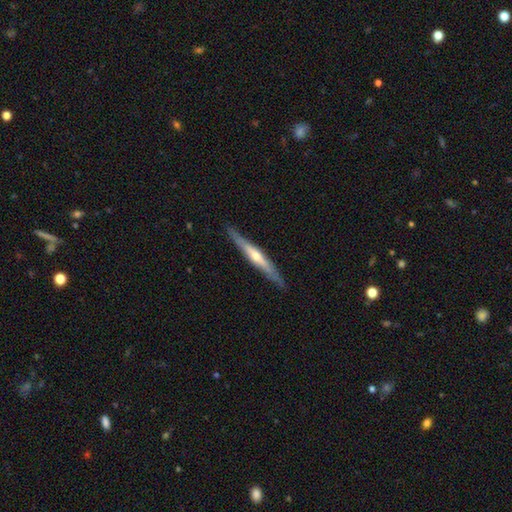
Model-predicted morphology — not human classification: This is likely a featured or disk galaxy (70%). It is clearly viewed edge-on (95%). Edge-on bulge: likely rounded (72%). Merging: clearly none (88%).